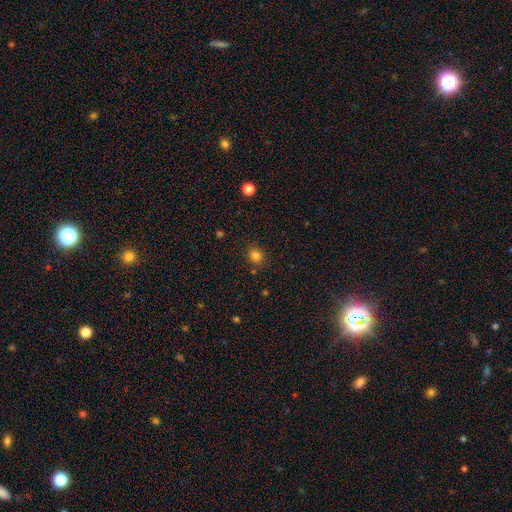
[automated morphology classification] Smooth or featured? smooth (81%)
How rounded? round (73%)
Merging? none (84%)